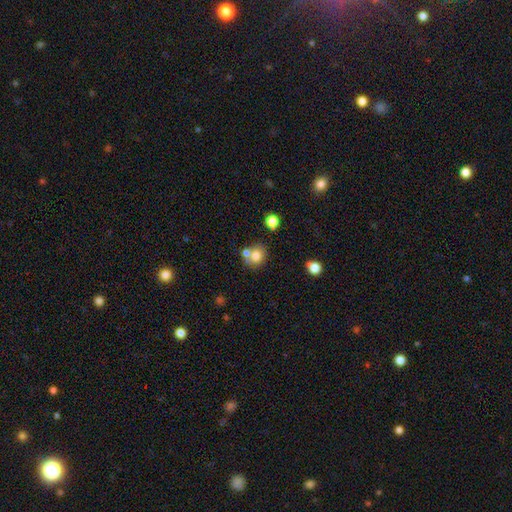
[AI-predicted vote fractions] The model was most divided on "merging": none: 56%, merger: 30%, minor disturbance: 10%, major disturbance: 4%. More confident: smooth or featured — smooth (76%); how rounded — round (74%).